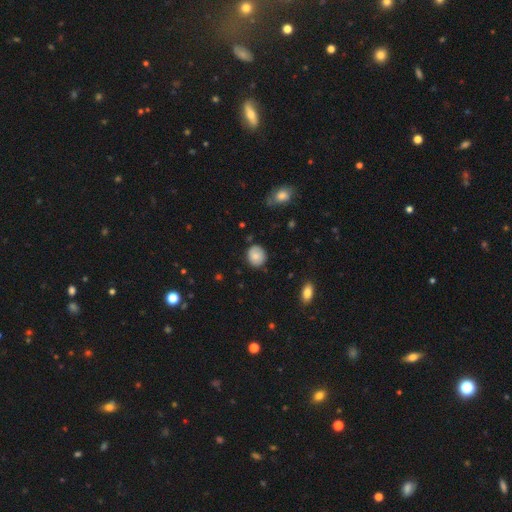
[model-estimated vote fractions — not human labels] A smooth galaxy with no disk features (82%) that is round (79%). Merging: none (81%).